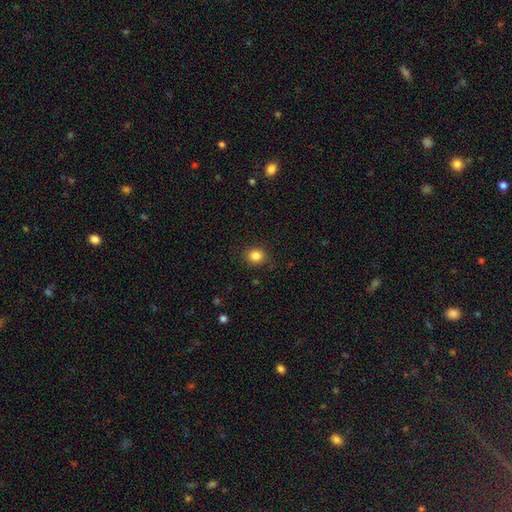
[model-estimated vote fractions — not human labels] A smooth galaxy with no disk features (85%) that is round (81%). Merging: none (88%).